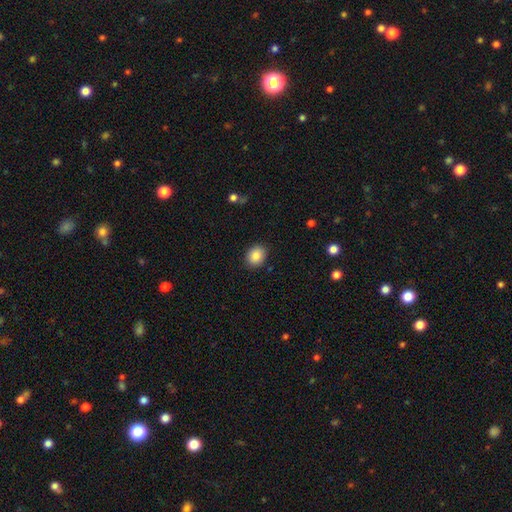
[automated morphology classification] smooth-or-featured: smooth: 86% | star or artifact: 8% | featured or disk: 6%
  how-rounded: round: 53% | in between: 46% | cigar-shaped: 1%
  merging: none: 89% | minor disturbance: 8% | major disturbance: 2% | merger: 1%